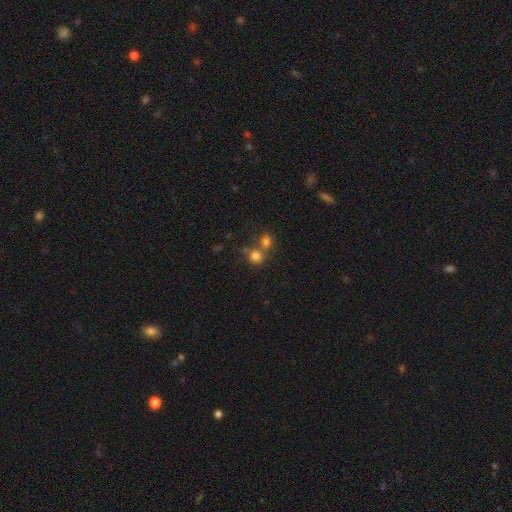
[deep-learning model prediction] Smooth or featured?
  - smooth: 78% *
  - star or artifact: 13%
  - featured or disk: 9%
How rounded?
  - round: 82% *
  - in between: 17%
  - cigar-shaped: 1%
Merging?
  - merger: 45% *
  - none: 43%
  - minor disturbance: 8%
  - major disturbance: 4%